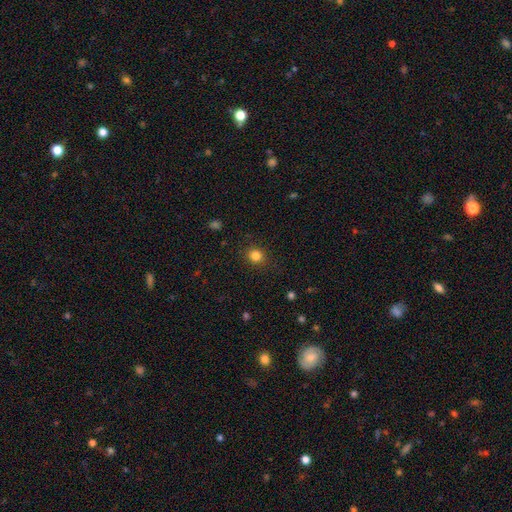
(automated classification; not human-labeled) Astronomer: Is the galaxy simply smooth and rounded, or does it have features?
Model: smooth — 83%.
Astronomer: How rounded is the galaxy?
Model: round — 84%.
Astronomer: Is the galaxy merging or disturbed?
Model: none — 89%.